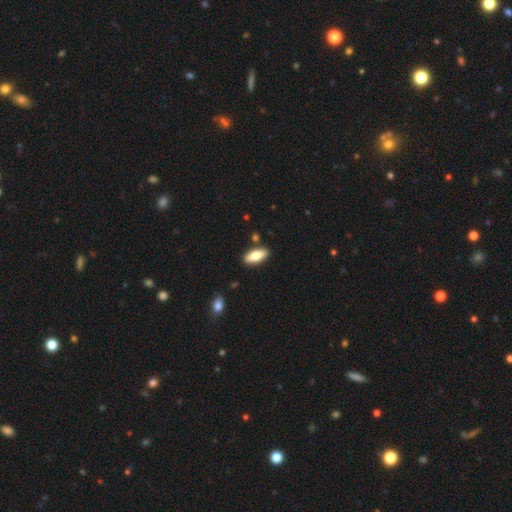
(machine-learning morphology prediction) Smooth or featured?
  - smooth: 73% *
  - featured or disk: 21%
  - star or artifact: 6%
How rounded?
  - in between: 76% *
  - cigar-shaped: 21%
  - round: 2%
Merging?
  - none: 86% *
  - minor disturbance: 9%
  - merger: 3%
  - major disturbance: 2%